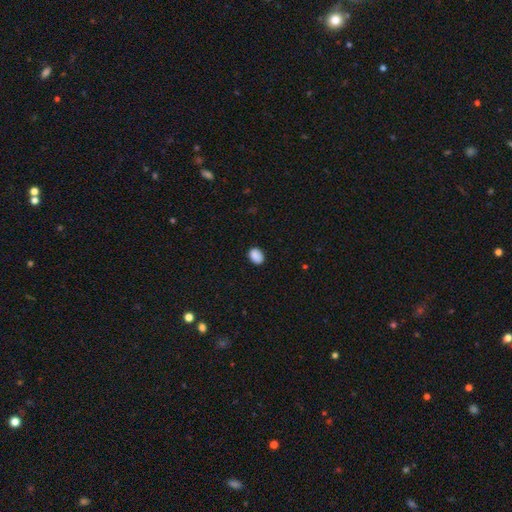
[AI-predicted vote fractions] Morphology: type=smooth (88%); roundness=in between (75%); merging=none (85%).